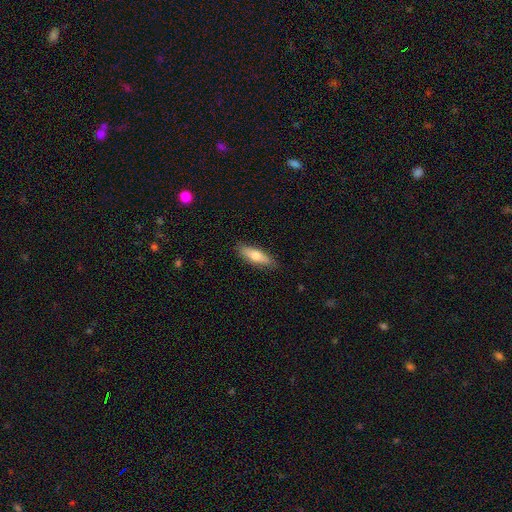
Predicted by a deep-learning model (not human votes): smooth 68%, featured or disk 26%, star or artifact 6%. Down the decision tree: how rounded — cigar-shaped (52%); merging — none (85%).